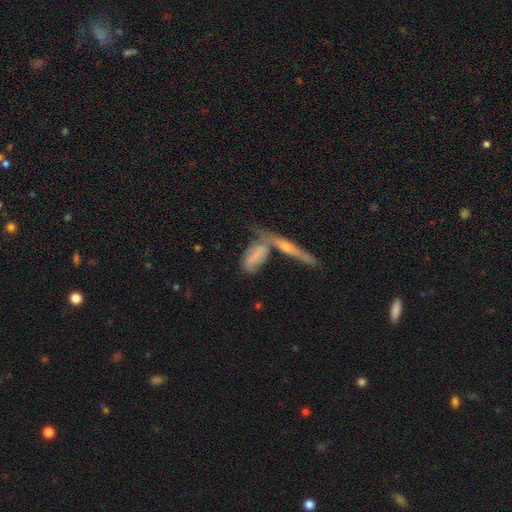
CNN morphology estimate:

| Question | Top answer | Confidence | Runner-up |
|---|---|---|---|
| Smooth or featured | smooth | 52% | featured or disk (40%) |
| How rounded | in between | 67% | cigar-shaped (28%) |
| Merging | merger | 43% | none (32%) |